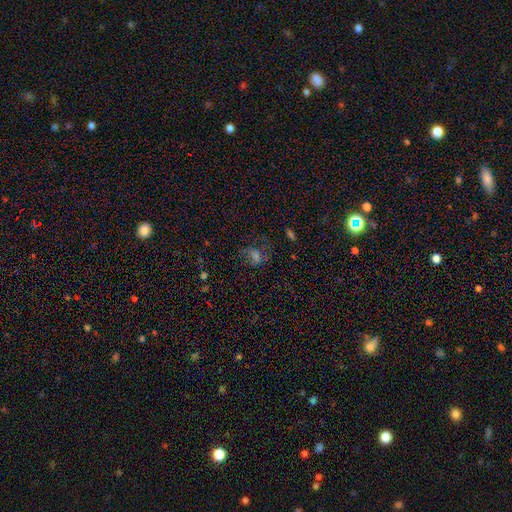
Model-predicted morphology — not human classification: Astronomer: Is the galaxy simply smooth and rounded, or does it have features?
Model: smooth — 39% (runner-up: star or artifact, 33%).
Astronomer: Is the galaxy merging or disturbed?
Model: none — 56%.